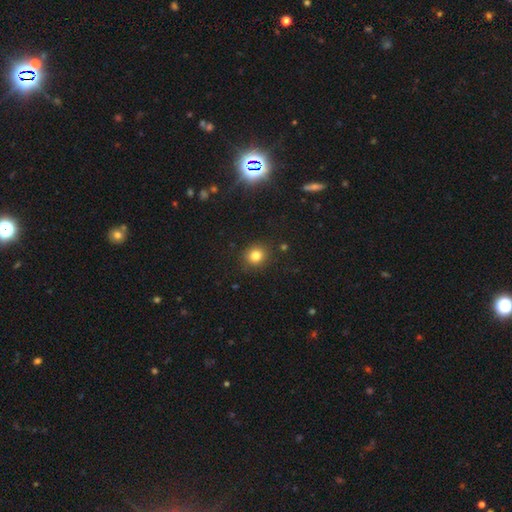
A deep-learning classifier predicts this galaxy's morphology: Smooth or featured? smooth (82%)
How rounded? round (82%)
Merging? none (88%)